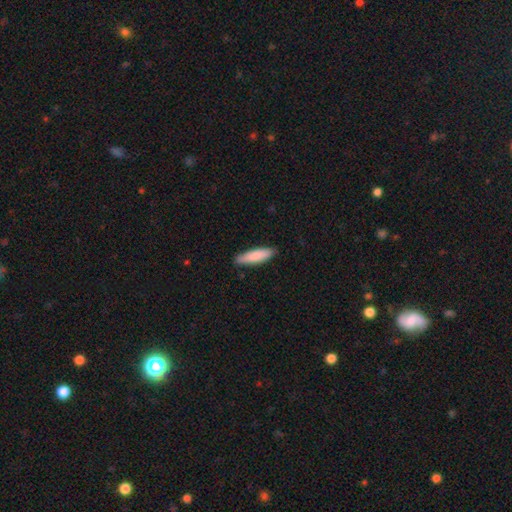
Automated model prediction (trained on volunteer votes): Smooth or featured?
  - smooth: 85% *
  - featured or disk: 10%
  - star or artifact: 5%
How rounded?
  - cigar-shaped: 66% *
  - in between: 32%
  - round: 1%
Merging?
  - none: 87% *
  - minor disturbance: 11%
  - major disturbance: 2%
  - merger: 1%